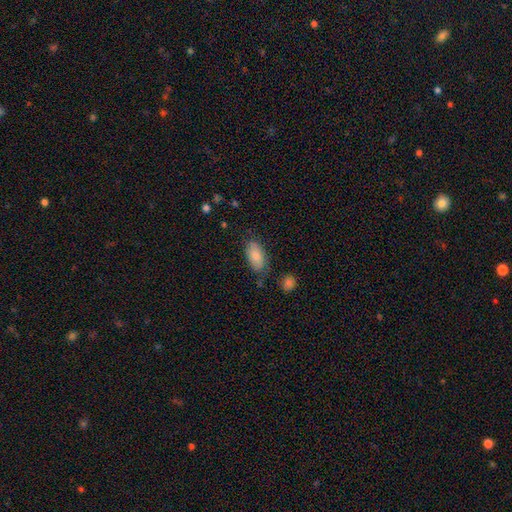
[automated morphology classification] smooth-or-featured: smooth: 80% | featured or disk: 13% | star or artifact: 7%
  how-rounded: in between: 92% | cigar-shaped: 4% | round: 3%
  merging: none: 73% | minor disturbance: 20% | major disturbance: 4% | merger: 3%